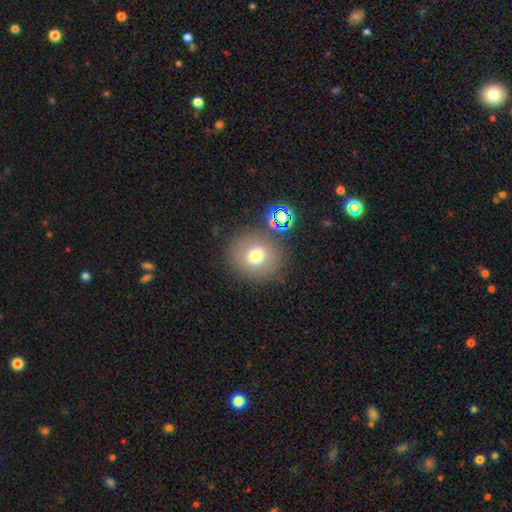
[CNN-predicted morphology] type=smooth (70%); roundness=round (84%); merging=none (79%).